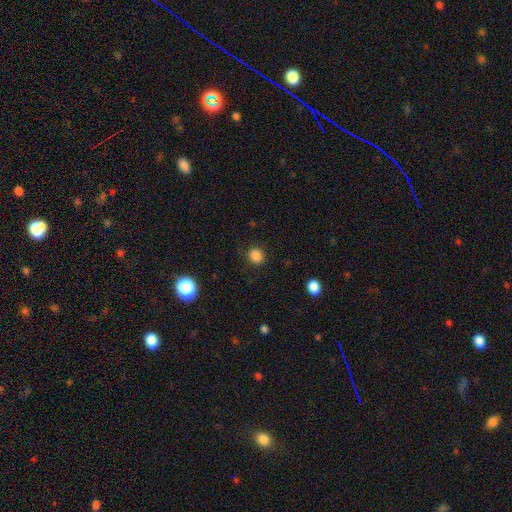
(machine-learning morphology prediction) This appears to be a smooth galaxy with no disk features (85%) that is round (78%). Merging: none (88%).